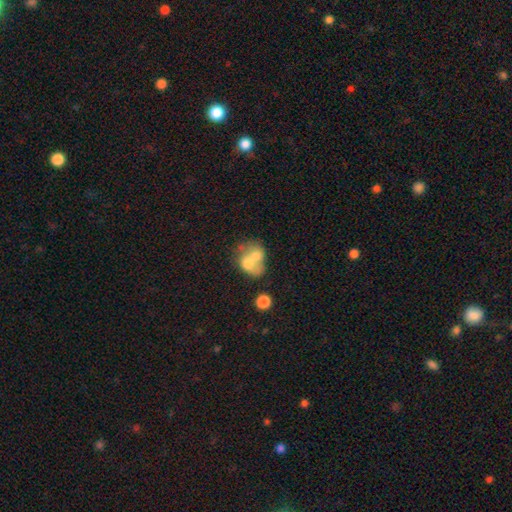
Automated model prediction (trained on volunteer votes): This appears to be a smooth galaxy with no disk features (59%) that is in between round and cigar-shaped (50%). Merging: merger (70%).